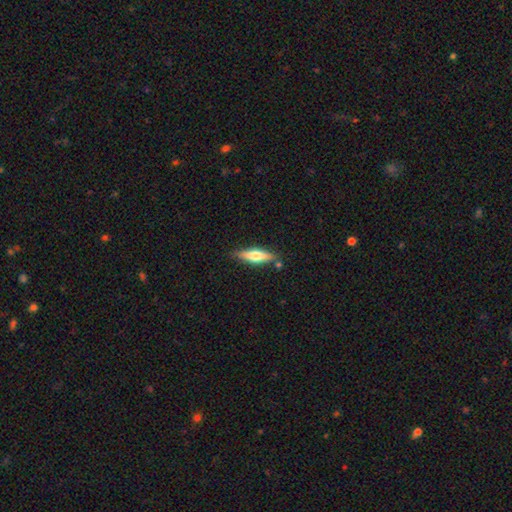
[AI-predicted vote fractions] Smooth or featured? Predicted: smooth (p=0.53). How rounded? Predicted: cigar-shaped (p=0.62). Merging? Predicted: none (p=0.80).